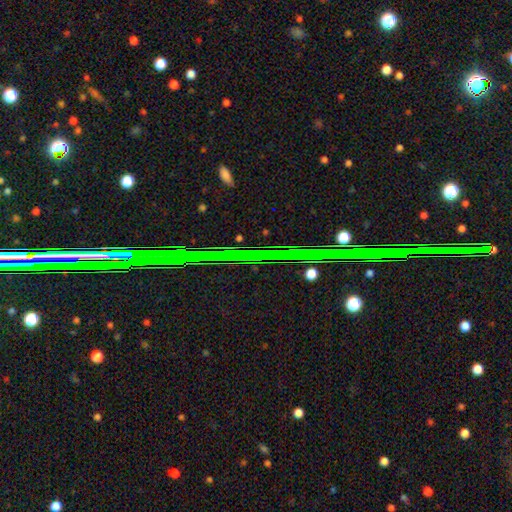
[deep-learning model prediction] The model was most divided on "smooth or featured": star or artifact: 79%, featured or disk: 14%, smooth: 8%.